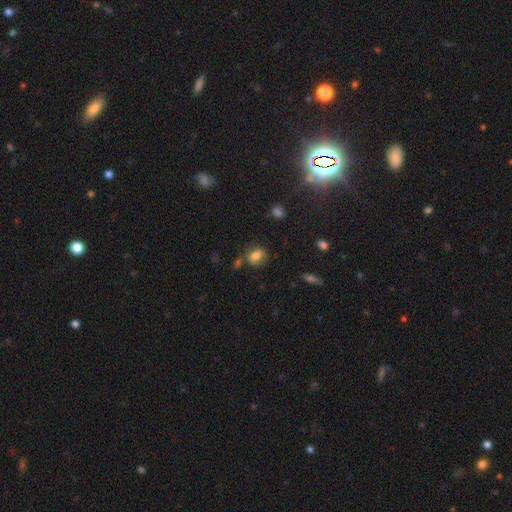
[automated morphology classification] A smooth galaxy with no disk features (75%) that is in between round and cigar-shaped (54%).

Vote fractions:
- Smooth or featured? smooth: 75% / featured or disk: 14% / star or artifact: 10%
- How rounded? in between: 54% / round: 45% / cigar-shaped: 1%
- Merging? none: 65% / minor disturbance: 17% / merger: 11% / major disturbance: 6%